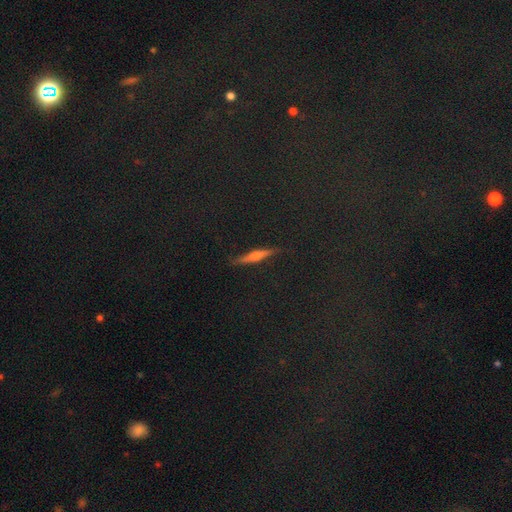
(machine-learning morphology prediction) Smooth or featured? featured or disk (54%)
Edge-on disk? yes (91%)
Merging? none (85%)